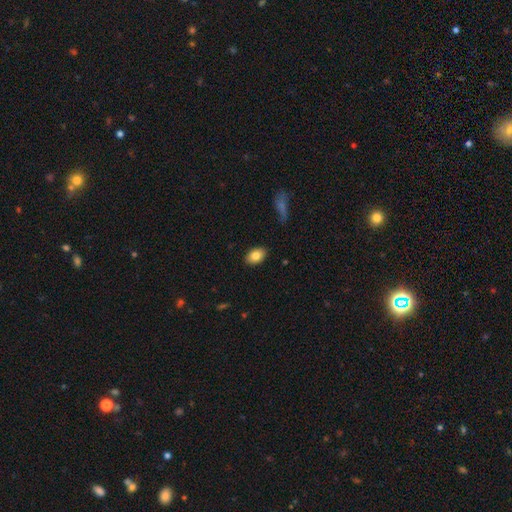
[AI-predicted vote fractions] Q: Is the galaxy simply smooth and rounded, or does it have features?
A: smooth — 82%.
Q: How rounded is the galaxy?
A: in between — 86%.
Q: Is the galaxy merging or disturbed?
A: none — 88%.